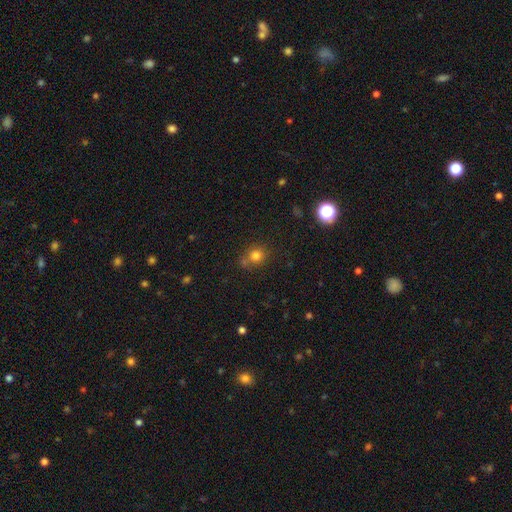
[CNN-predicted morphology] This is likely a smooth galaxy (78%). How rounded: clearly round (83%). Merging: likely none (64%).